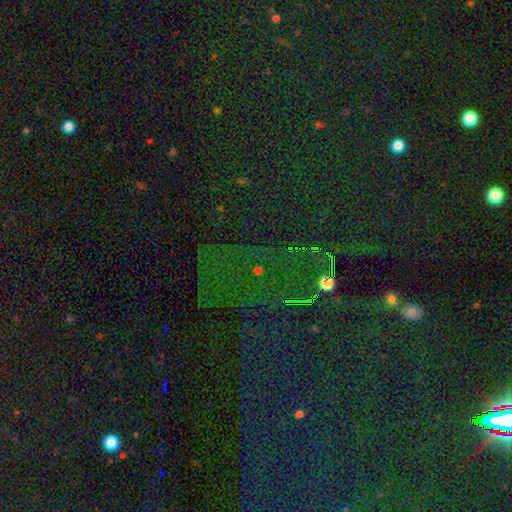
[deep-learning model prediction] Smooth or featured?
  - star or artifact: 80% *
  - smooth: 12%
  - featured or disk: 8%